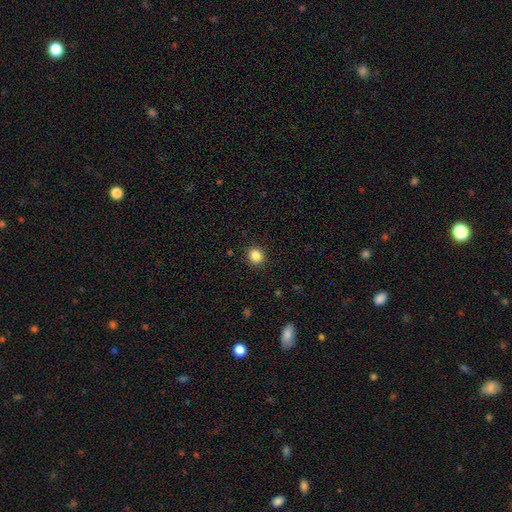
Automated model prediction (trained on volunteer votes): smooth-or-featured: smooth: 86% | star or artifact: 10% | featured or disk: 4%
  how-rounded: round: 84% | in between: 15% | cigar-shaped: 1%
  merging: none: 90% | minor disturbance: 6% | major disturbance: 2% | merger: 1%